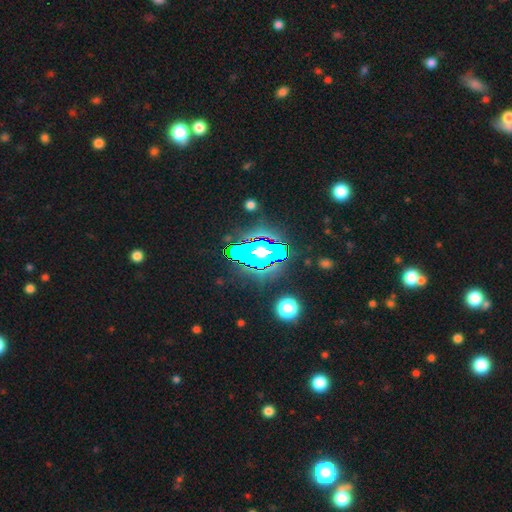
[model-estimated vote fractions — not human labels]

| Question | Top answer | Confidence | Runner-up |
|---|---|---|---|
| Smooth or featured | star or artifact | 80% | smooth (11%) |